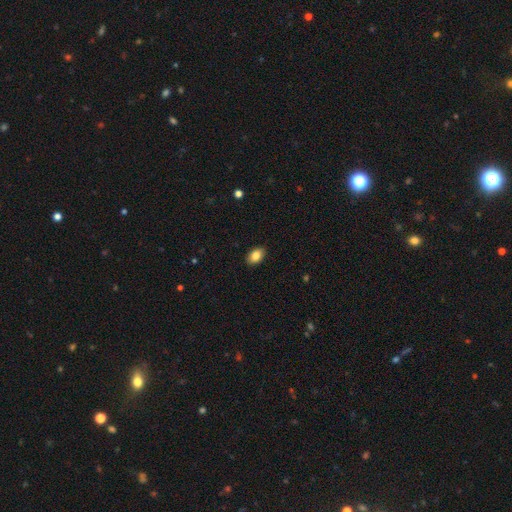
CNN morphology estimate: type=smooth (86%); roundness=in between (86%); merging=none (89%).